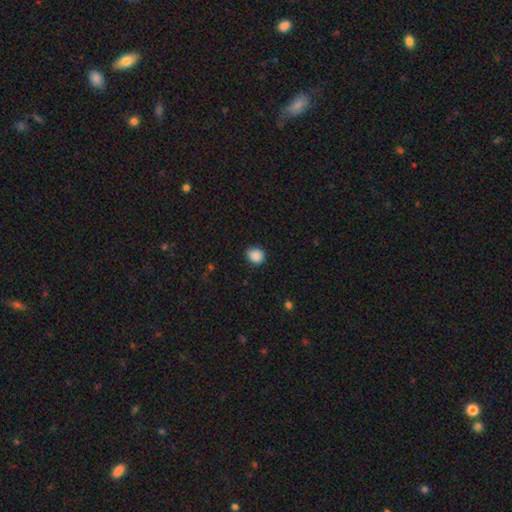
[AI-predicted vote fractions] Smooth or featured?
  - smooth: 88% *
  - star or artifact: 9%
  - featured or disk: 3%
How rounded?
  - round: 76% *
  - in between: 23%
  - cigar-shaped: 1%
Merging?
  - none: 83% *
  - minor disturbance: 14%
  - major disturbance: 3%
  - merger: 1%